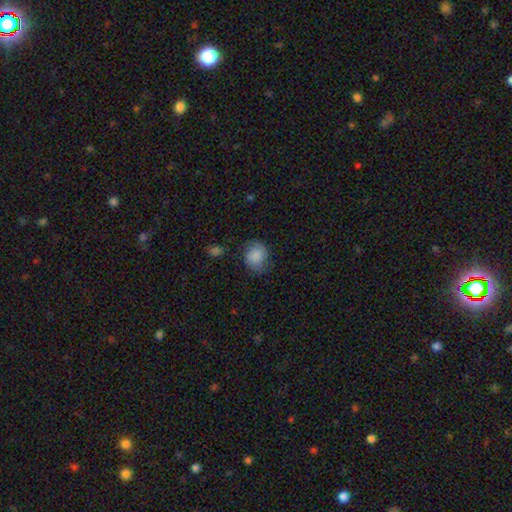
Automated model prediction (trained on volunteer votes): Q: Smooth or featured?
A: smooth (82%); runner-up: featured or disk (11%)
Q: How rounded?
A: round (64%); runner-up: in between (35%)
Q: Merging?
A: none (68%); runner-up: minor disturbance (22%)